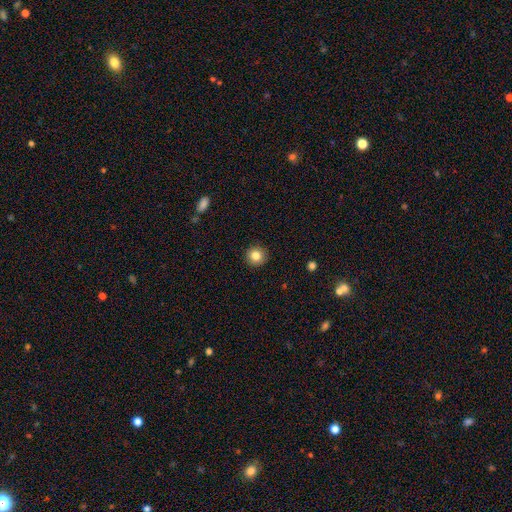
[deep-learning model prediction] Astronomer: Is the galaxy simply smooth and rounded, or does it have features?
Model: smooth — 83%.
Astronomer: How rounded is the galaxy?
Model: round — 94%.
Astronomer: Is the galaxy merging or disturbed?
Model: none — 92%.